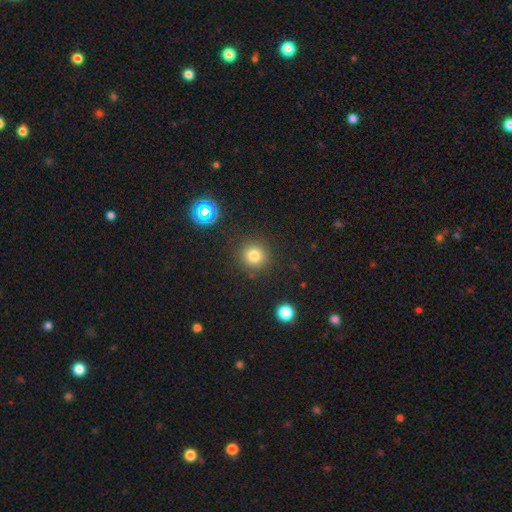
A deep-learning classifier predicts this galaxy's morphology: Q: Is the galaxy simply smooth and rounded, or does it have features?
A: smooth — 62%.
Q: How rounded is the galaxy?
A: round — 94%.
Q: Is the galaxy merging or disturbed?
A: none — 91%.